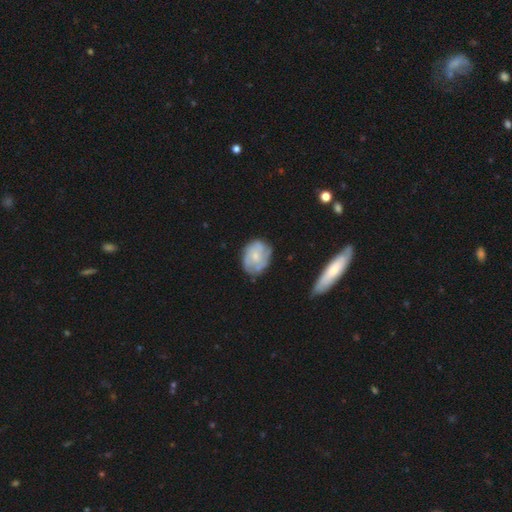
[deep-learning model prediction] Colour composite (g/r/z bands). It shows a featured or disk galaxy (55%) with no bar (80%), spiral arms (62%) and a small central bulge (56%). Merging: none (64%).